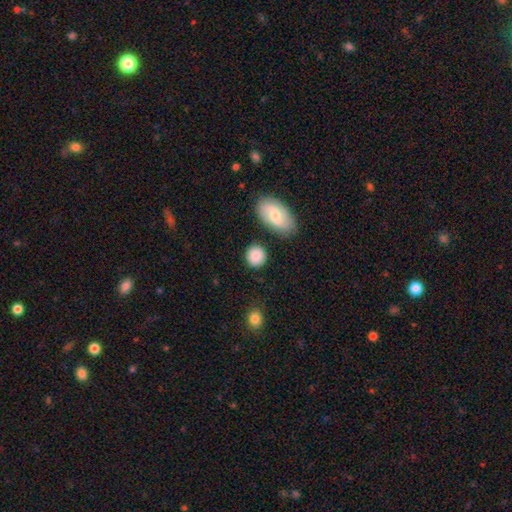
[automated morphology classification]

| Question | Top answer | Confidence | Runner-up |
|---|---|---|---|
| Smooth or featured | smooth | 84% | featured or disk (9%) |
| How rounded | round | 83% | in between (16%) |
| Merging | none | 82% | minor disturbance (10%) |